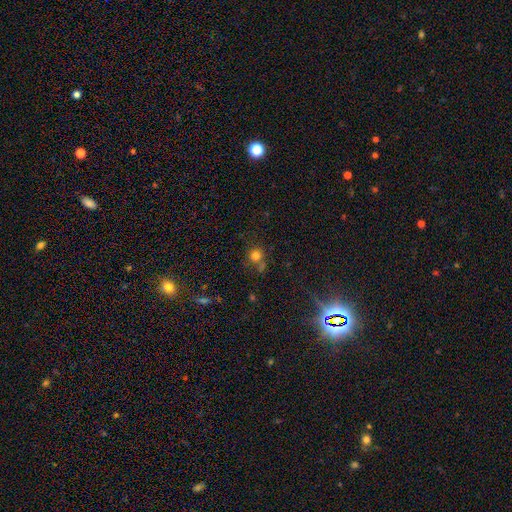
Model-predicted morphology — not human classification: Overall: smooth (76%). How rounded: round (91%). Merging: none (66%).